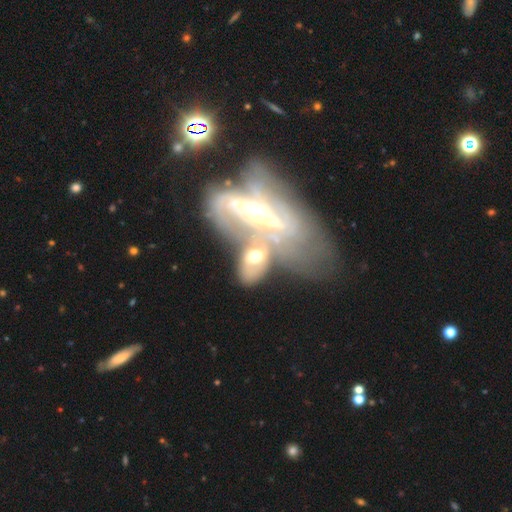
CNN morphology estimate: This is likely a featured or disk galaxy (62%). It is clearly not viewed edge-on (89%). Bar: possibly no (57%). Spiral arm pattern: possibly yes (58%). Central bulge: possibly moderate (60%). Merging: likely merger (72%).